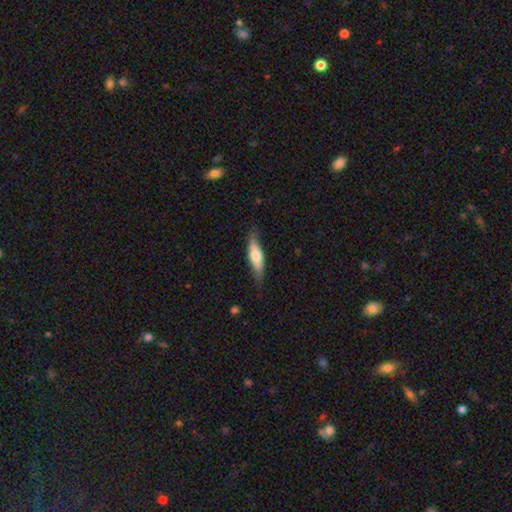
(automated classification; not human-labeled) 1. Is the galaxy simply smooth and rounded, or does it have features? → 58% smooth, 37% featured or disk, 5% star or artifact.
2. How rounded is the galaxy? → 60% cigar-shaped, 38% in between, 2% round.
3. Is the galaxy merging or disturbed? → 78% none, 18% minor disturbance, 4% major disturbance, 1% merger.